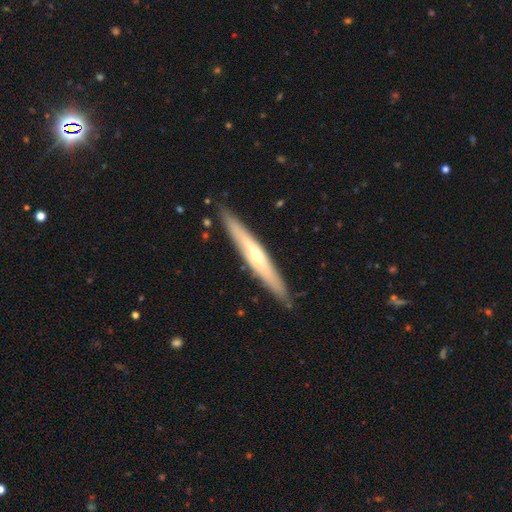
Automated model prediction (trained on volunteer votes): Smooth or featured: featured or disk — 63% (smooth — 32%)
Edge-on disk: yes — 92% (no — 8%)
Edge-on bulge: rounded — 73% (none — 23%)
Merging: none — 90% (minor disturbance — 8%)